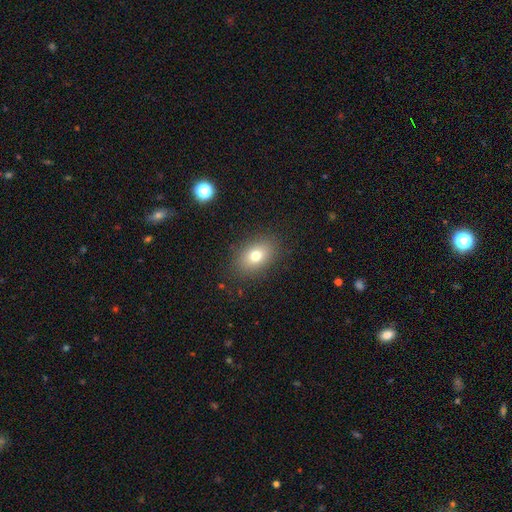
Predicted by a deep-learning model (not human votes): smooth-or-featured: smooth: 75% | featured or disk: 13% | star or artifact: 12%
  how-rounded: in between: 75% | round: 23% | cigar-shaped: 1%
  merging: none: 87% | minor disturbance: 9% | major disturbance: 3% | merger: 1%